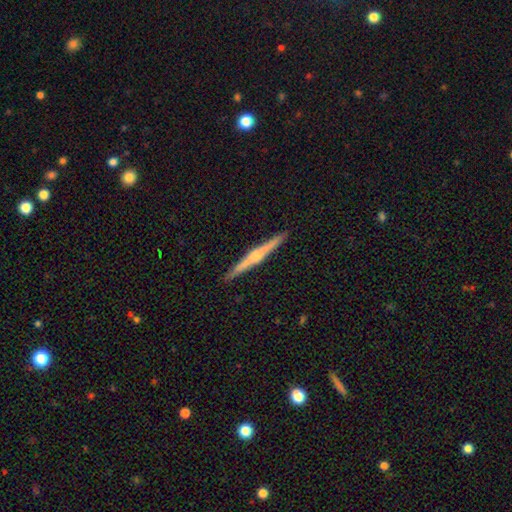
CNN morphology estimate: smooth_or_featured: featured or disk (p=0.75) [alt: smooth p=0.20]
disk_edge_on: yes (p=0.99) [alt: no p=0.01]
edge_on_bulge: rounded (p=0.82) [alt: none p=0.09]
merging: none (p=0.92) [alt: minor disturbance p=0.06]